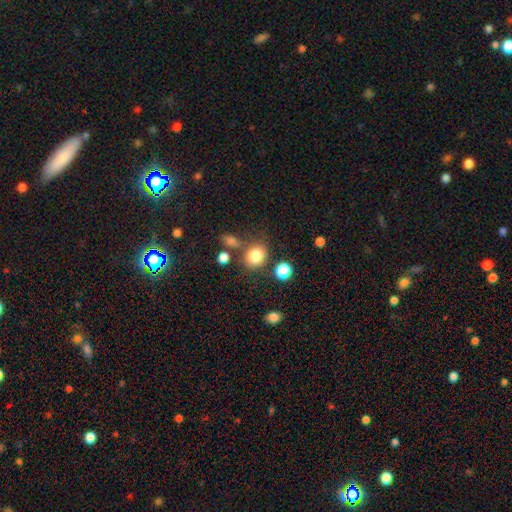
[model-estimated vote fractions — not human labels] smooth 82%, star or artifact 11%, featured or disk 7%. Down the decision tree: how rounded — round (65%); merging — none (68%).